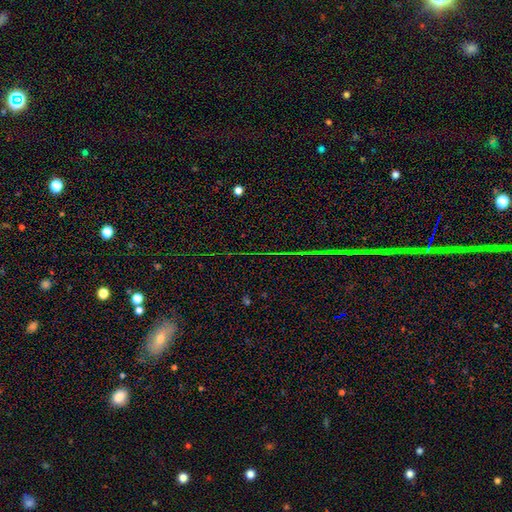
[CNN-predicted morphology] This is likely a star or artifact rather than a galaxy (75%).